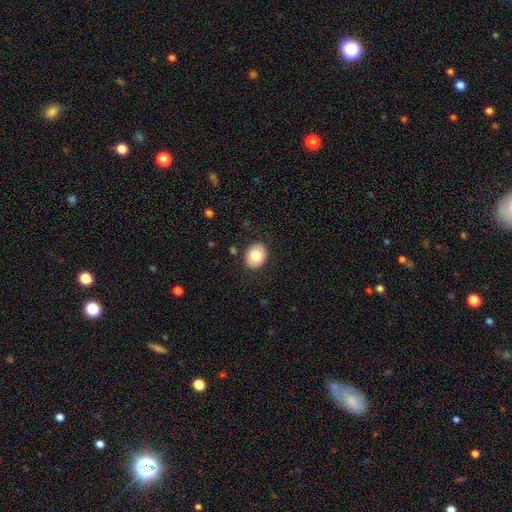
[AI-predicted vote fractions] Smooth or featured? smooth (81%)
How rounded? in between (50%)
Merging? none (87%)